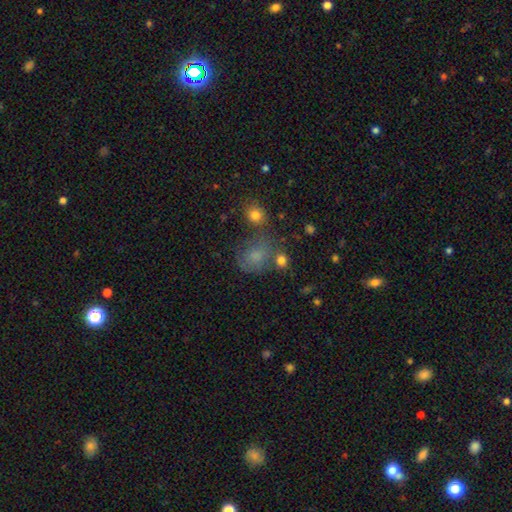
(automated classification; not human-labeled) The model was most divided on "how rounded": round: 61%, in between: 38%, cigar-shaped: 1%. Remaining: smooth or featured — smooth (69%); merging — none (49%).